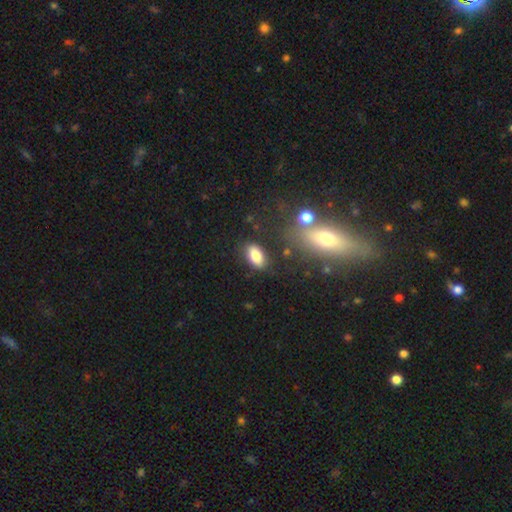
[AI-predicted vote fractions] Smooth or featured? Predicted: smooth (p=0.82). How rounded? Predicted: in between (p=0.90). Merging? Predicted: none (p=0.81).